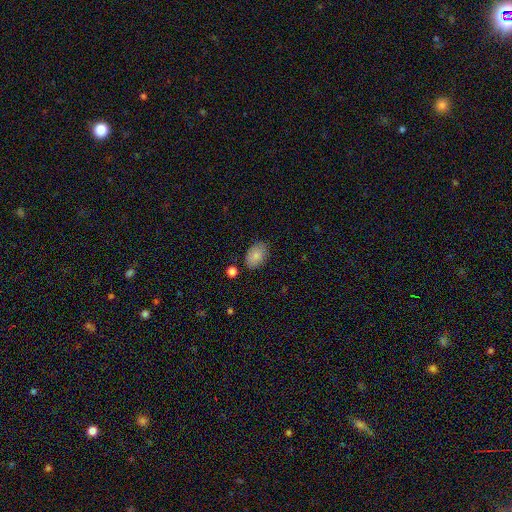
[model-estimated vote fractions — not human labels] Smooth or featured? smooth (84%)
How rounded? in between (88%)
Merging? none (79%)